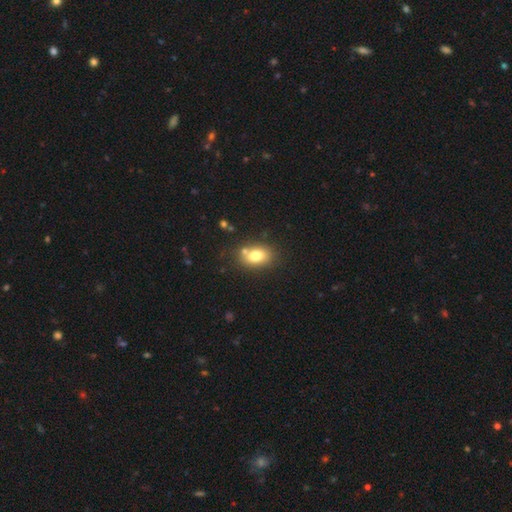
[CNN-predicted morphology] A smooth galaxy with no disk features (76%) that is in between round and cigar-shaped (76%). Merging: none (69%).